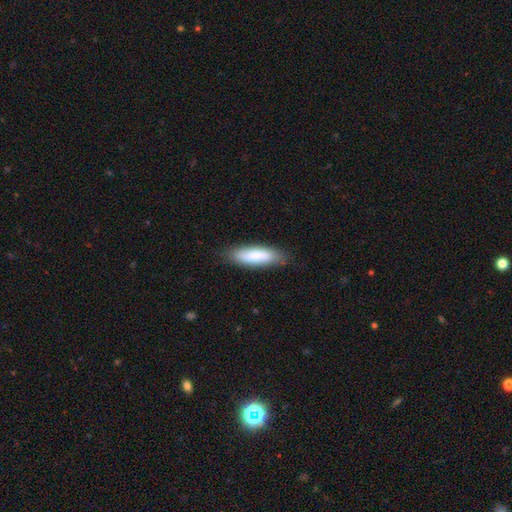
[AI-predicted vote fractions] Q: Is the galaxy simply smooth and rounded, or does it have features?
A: smooth — 79%.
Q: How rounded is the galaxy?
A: cigar-shaped — 51%.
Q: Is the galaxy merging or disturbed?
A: none — 82%.